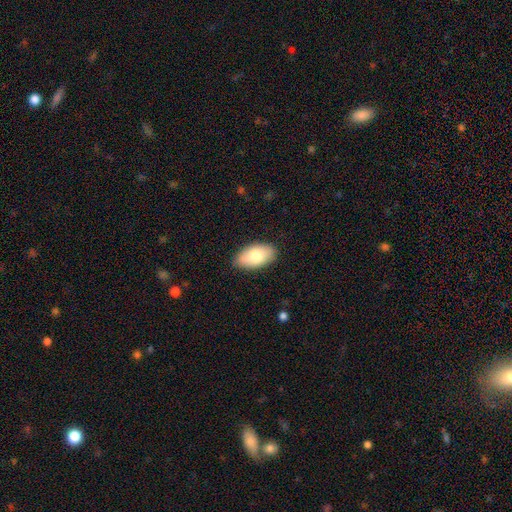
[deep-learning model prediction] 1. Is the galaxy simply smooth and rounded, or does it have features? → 77% smooth, 17% featured or disk, 6% star or artifact.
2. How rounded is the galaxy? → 95% in between, 4% round, 2% cigar-shaped.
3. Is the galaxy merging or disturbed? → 84% none, 13% minor disturbance, 2% major disturbance, 1% merger.